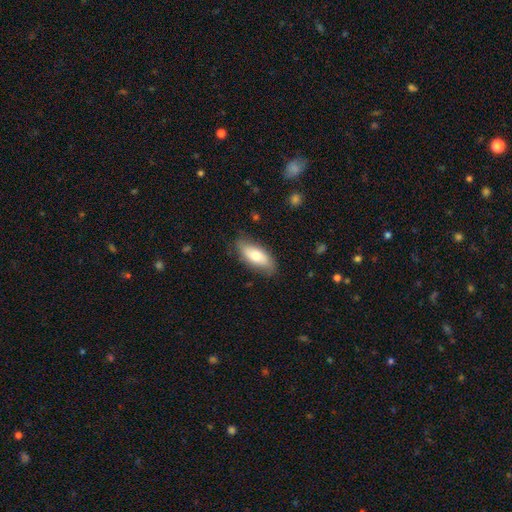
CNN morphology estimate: A smooth galaxy with no disk features (71%) that is in between round and cigar-shaped (82%). Merging: none (80%).